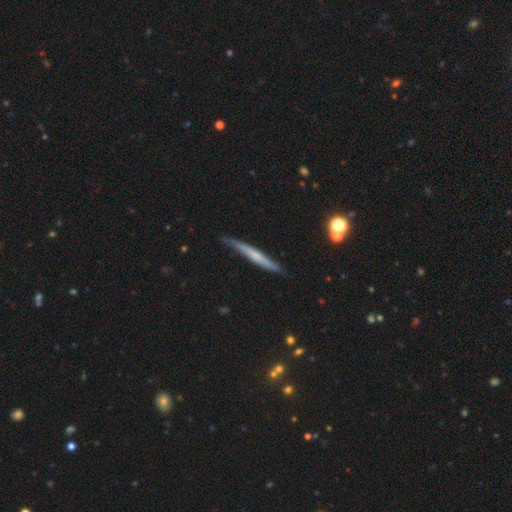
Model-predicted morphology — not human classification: The model was most divided on "smooth or featured" (2-way tie): smooth: 47%, featured or disk: 47%, star or artifact: 6%. More confident: merging — none (82%).